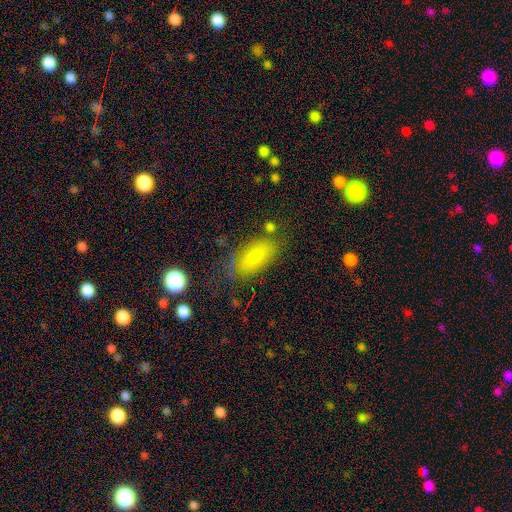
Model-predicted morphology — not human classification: This is likely a smooth galaxy (73%). How rounded: clearly in between (88%). Merging: likely none (67%).